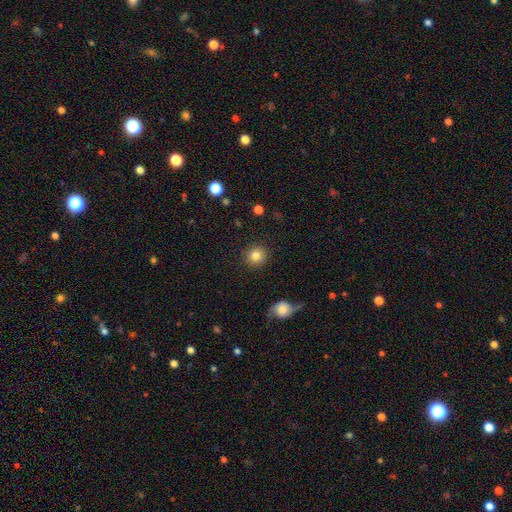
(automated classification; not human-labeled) Smooth or featured: smooth — 84% (star or artifact — 9%)
How rounded: round — 90% (in between — 9%)
Merging: none — 90% (minor disturbance — 6%)